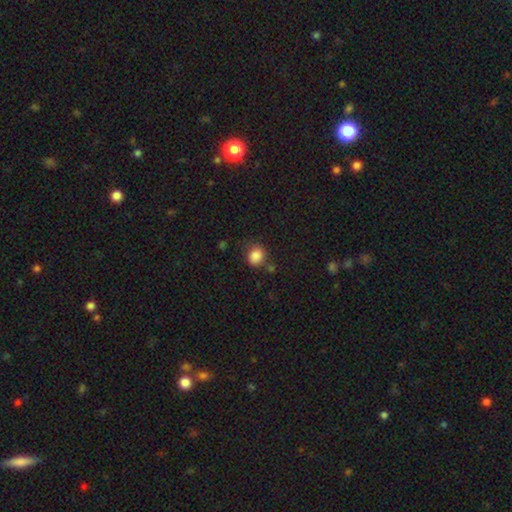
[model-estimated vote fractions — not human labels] Q: Smooth or featured?
A: smooth (86%); runner-up: star or artifact (10%)
Q: How rounded?
A: round (72%); runner-up: in between (27%)
Q: Merging?
A: none (67%); runner-up: minor disturbance (20%)